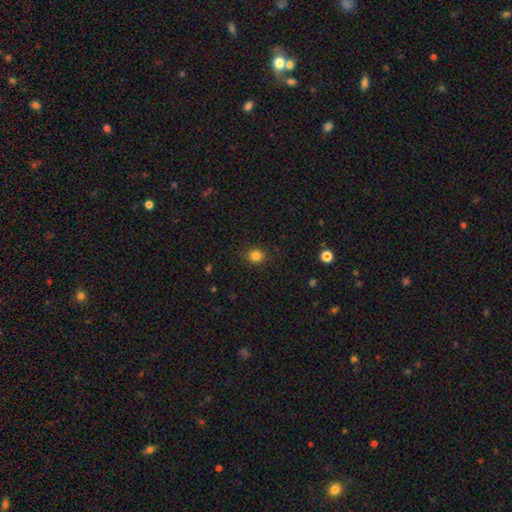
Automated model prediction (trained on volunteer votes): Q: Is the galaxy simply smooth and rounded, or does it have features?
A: smooth — 84%.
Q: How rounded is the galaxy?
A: round — 77%.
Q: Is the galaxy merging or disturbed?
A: none — 87%.